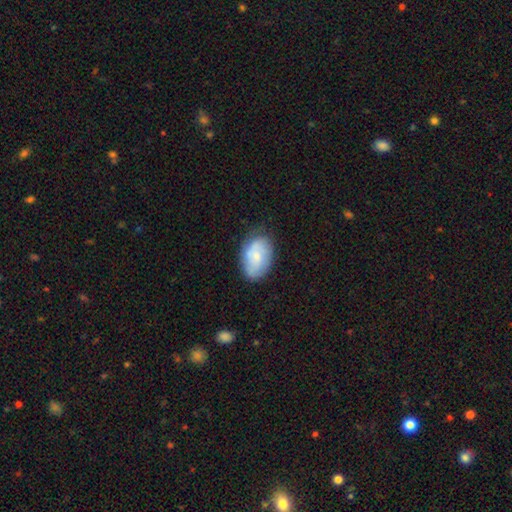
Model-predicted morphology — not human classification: smooth 61%, featured or disk 32%, star or artifact 7%. Down the decision tree: how rounded — in between (87%); merging — none (70%).